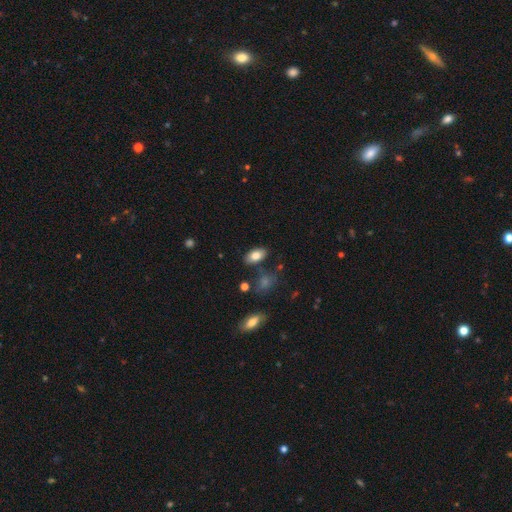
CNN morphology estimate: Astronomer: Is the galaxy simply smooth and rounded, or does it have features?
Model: smooth — 82%.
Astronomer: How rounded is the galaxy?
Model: in between — 93%.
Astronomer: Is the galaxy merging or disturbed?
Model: none — 81%.